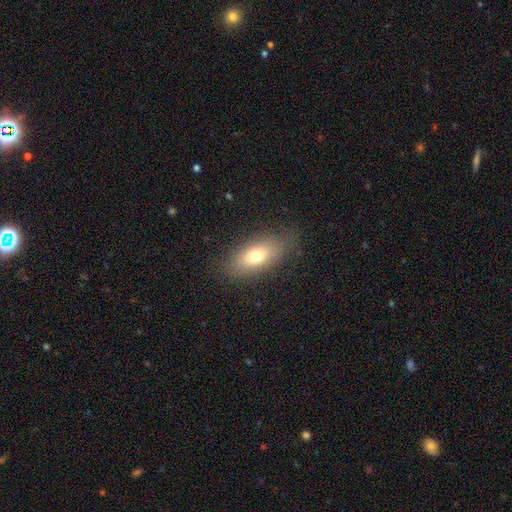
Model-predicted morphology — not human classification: smooth-or-featured: smooth: 72% | featured or disk: 18% | star or artifact: 9%
  how-rounded: in between: 83% | cigar-shaped: 11% | round: 6%
  merging: none: 80% | minor disturbance: 14% | major disturbance: 5% | merger: 1%